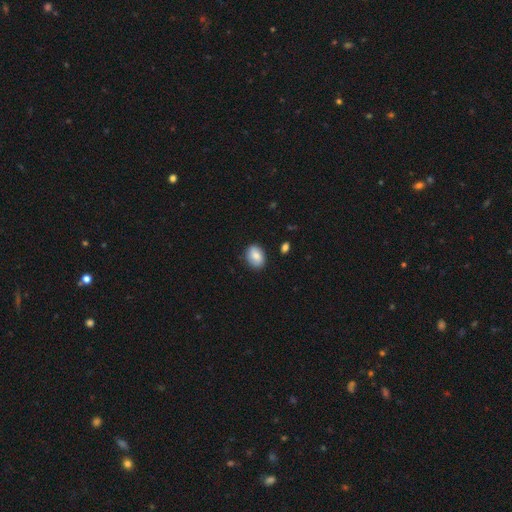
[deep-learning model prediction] Q: Smooth or featured?
A: smooth (80%); runner-up: featured or disk (13%)
Q: How rounded?
A: in between (72%); runner-up: round (26%)
Q: Merging?
A: none (84%); runner-up: minor disturbance (12%)